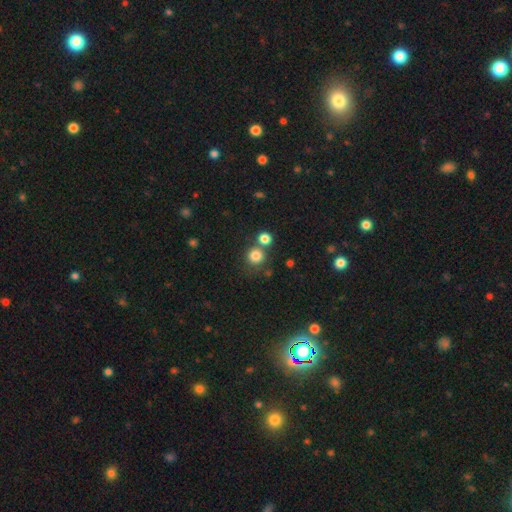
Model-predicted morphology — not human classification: The model was most divided on "merging": none: 63%, merger: 25%, minor disturbance: 8%, major disturbance: 4%. More confident: how rounded — round (91%); smooth or featured — smooth (81%).